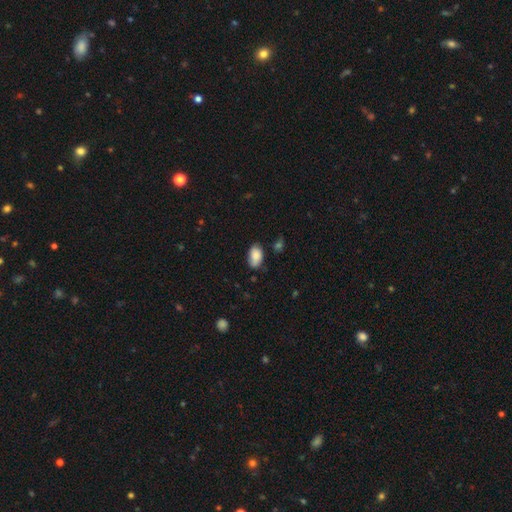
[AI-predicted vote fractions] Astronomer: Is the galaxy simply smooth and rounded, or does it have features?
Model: smooth — 84%.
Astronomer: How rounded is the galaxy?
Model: in between — 92%.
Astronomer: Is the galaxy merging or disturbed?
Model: none — 69%.